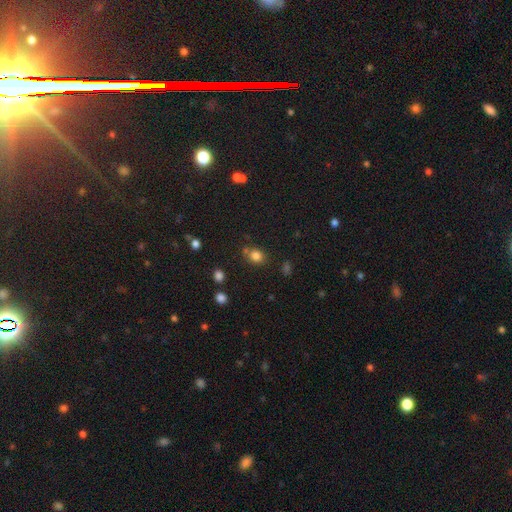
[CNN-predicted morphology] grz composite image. It shows a smooth galaxy with no disk features (81%) that is round (63%). Merging: none (68%).